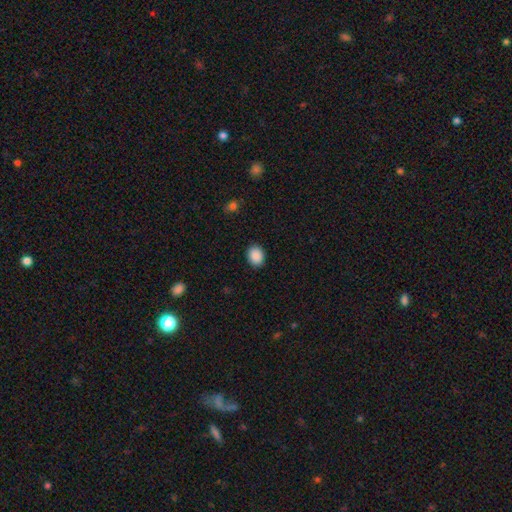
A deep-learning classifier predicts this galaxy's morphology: The model was most divided on "how rounded": in between: 50%, round: 49%, cigar-shaped: 1%. More confident: merging — none (90%); smooth or featured — smooth (90%).